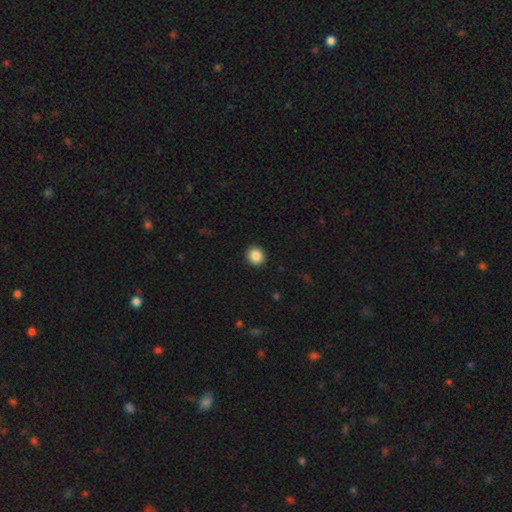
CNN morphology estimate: A smooth galaxy with no disk features (87%) that is round (87%). Merging: none (93%).